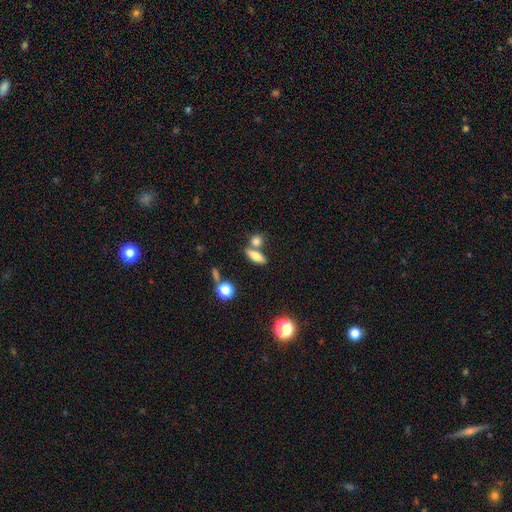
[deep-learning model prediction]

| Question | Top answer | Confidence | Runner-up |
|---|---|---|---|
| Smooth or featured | smooth | 72% | featured or disk (18%) |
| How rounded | in between | 61% | cigar-shaped (30%) |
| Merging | none | 58% | merger (27%) |